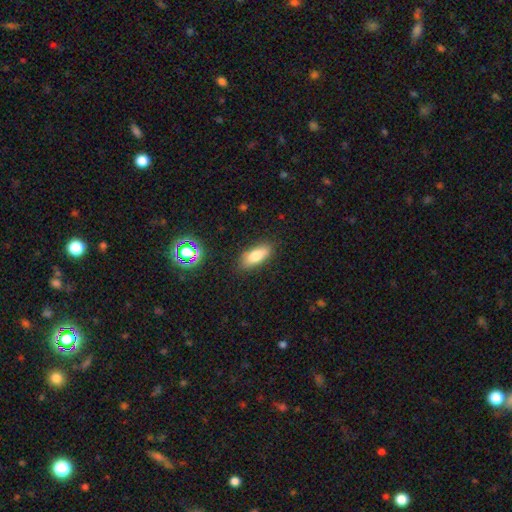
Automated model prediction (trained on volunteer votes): smooth-or-featured: smooth: 77% | featured or disk: 13% | star or artifact: 9%
  how-rounded: in between: 78% | cigar-shaped: 18% | round: 4%
  merging: none: 83% | minor disturbance: 13% | major disturbance: 3% | merger: 2%